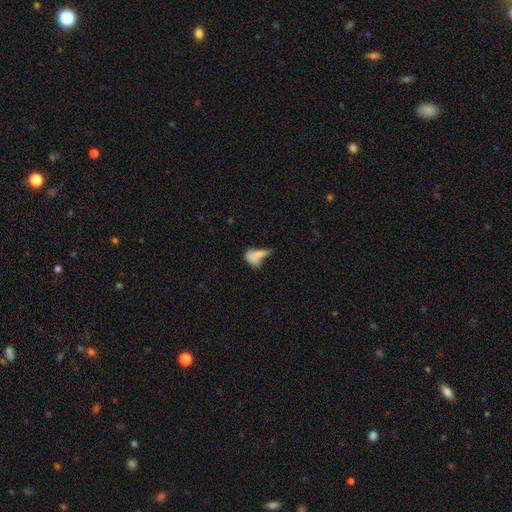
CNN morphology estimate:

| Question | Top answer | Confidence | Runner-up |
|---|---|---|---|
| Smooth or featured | smooth | 66% | featured or disk (22%) |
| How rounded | in between | 74% | round (14%) |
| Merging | merger | 43% | none (23%) |